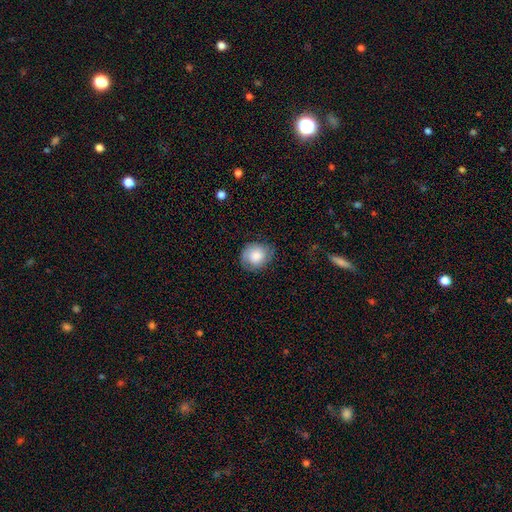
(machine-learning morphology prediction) A smooth galaxy with no disk features (68%) that is round (68%). Merging: none (73%).